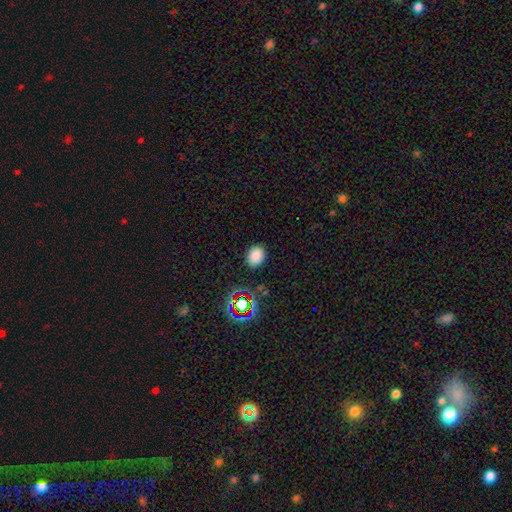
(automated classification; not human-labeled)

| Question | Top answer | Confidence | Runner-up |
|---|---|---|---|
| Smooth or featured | smooth | 80% | star or artifact (15%) |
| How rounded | in between | 55% | round (44%) |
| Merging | none | 86% | minor disturbance (10%) |